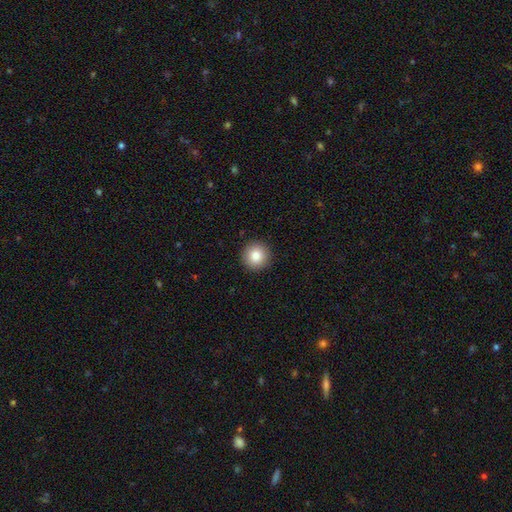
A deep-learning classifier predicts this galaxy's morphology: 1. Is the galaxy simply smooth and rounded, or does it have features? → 83% smooth, 9% star or artifact, 8% featured or disk.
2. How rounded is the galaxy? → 96% round, 3% in between, 1% cigar-shaped.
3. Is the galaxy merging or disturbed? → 93% none, 5% minor disturbance, 2% major disturbance, 1% merger.